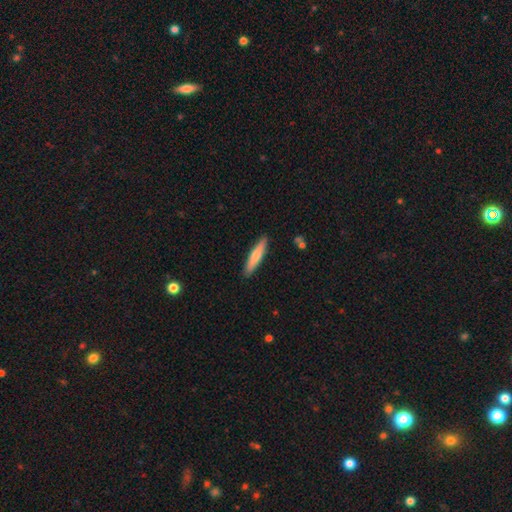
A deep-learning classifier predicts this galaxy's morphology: Smooth or featured? Predicted: smooth (p=0.73). How rounded? Predicted: cigar-shaped (p=0.87). Merging? Predicted: none (p=0.90).